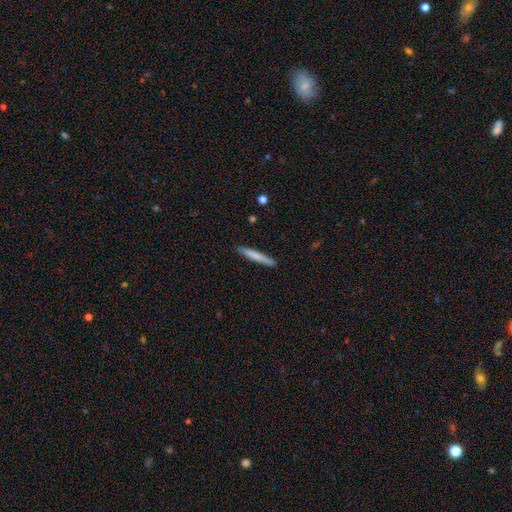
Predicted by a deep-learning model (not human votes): Smooth or featured?
  - smooth: 71% *
  - featured or disk: 23%
  - star or artifact: 6%
How rounded?
  - cigar-shaped: 96% *
  - in between: 3%
  - round: 1%
Merging?
  - none: 90% *
  - minor disturbance: 7%
  - major disturbance: 1%
  - merger: 1%